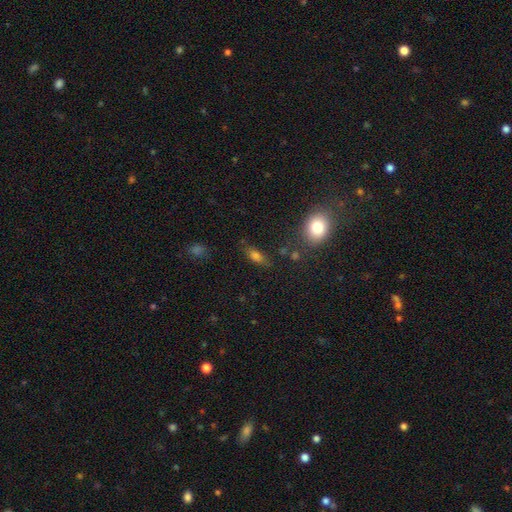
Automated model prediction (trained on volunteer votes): smooth-or-featured: smooth: 73% | featured or disk: 14% | star or artifact: 13%
  how-rounded: in between: 71% | cigar-shaped: 21% | round: 8%
  merging: none: 75% | minor disturbance: 15% | major disturbance: 5% | merger: 5%